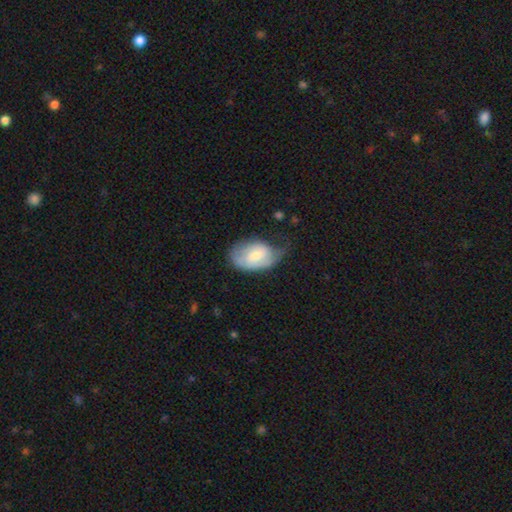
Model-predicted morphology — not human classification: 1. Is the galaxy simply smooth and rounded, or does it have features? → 57% smooth, 37% featured or disk, 6% star or artifact.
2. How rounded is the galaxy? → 86% in between, 12% round, 1% cigar-shaped.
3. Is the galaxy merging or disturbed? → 39% minor disturbance, 35% none, 24% major disturbance, 2% merger.